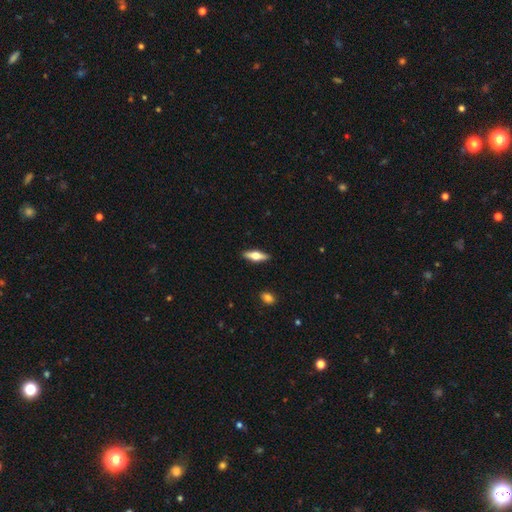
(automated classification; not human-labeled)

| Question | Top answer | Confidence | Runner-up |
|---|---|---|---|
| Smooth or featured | featured or disk | 48% | smooth (46%) |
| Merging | none | 90% | minor disturbance (7%) |